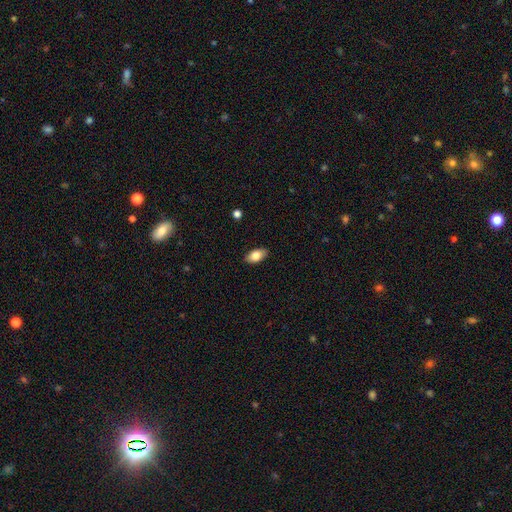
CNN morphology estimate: Overall: smooth (83%). How rounded: in between (92%). Merging: none (88%).